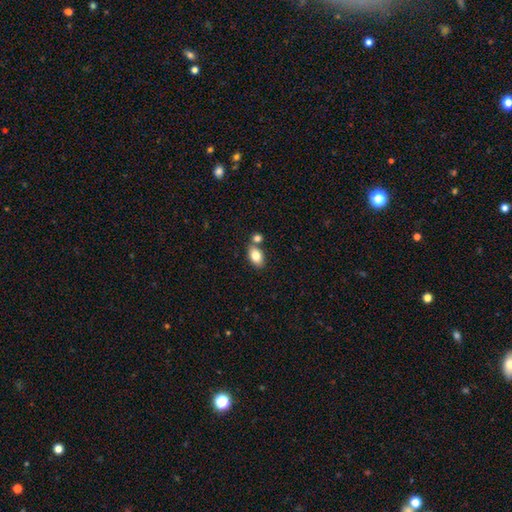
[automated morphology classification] This appears to be a smooth galaxy with no disk features (81%) that is in between round and cigar-shaped (87%). Merging: none (65%).